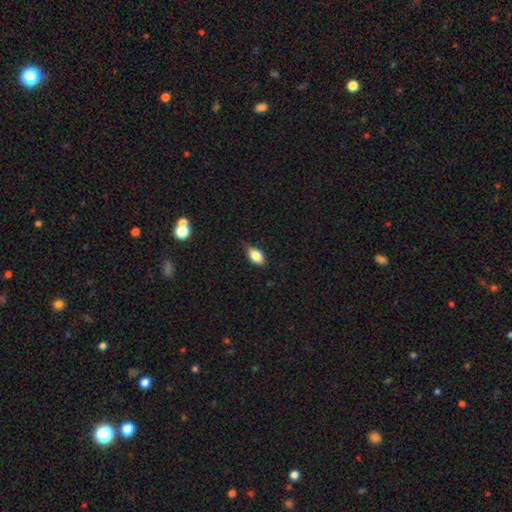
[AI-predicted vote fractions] Smooth or featured?
  - smooth: 82% *
  - featured or disk: 10%
  - star or artifact: 8%
How rounded?
  - in between: 87% *
  - round: 9%
  - cigar-shaped: 4%
Merging?
  - none: 67% *
  - minor disturbance: 27%
  - major disturbance: 4%
  - merger: 1%